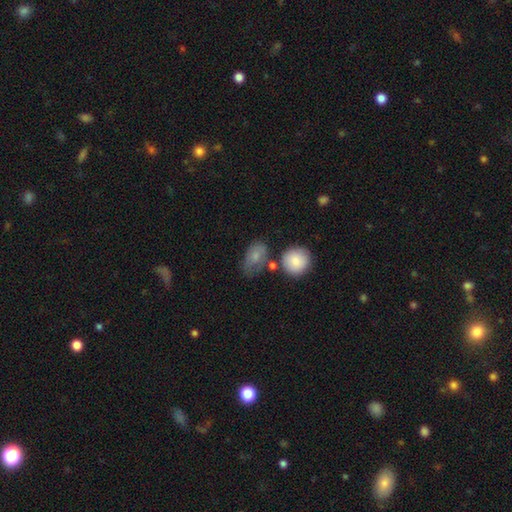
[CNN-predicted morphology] Smooth or featured? smooth (75%)
How rounded? in between (78%)
Merging? none (48%)